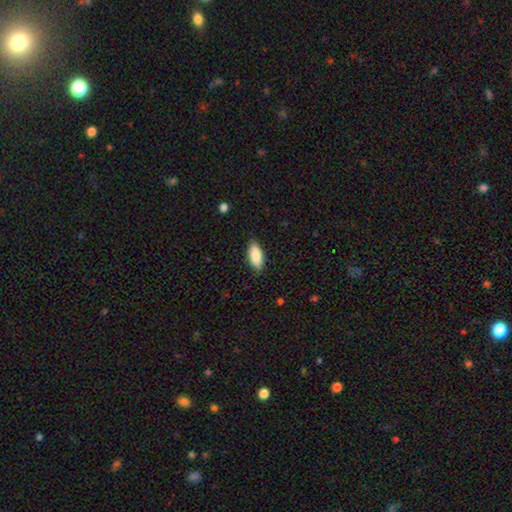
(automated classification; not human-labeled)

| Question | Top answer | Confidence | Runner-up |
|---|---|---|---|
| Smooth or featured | smooth | 86% | featured or disk (8%) |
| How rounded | in between | 86% | cigar-shaped (12%) |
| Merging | none | 86% | minor disturbance (11%) |